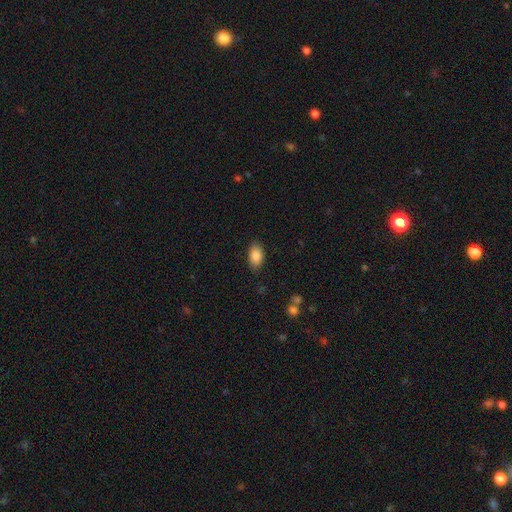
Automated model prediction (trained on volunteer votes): This is clearly a smooth galaxy (87%). How rounded: clearly in between (92%). Merging: clearly none (84%).